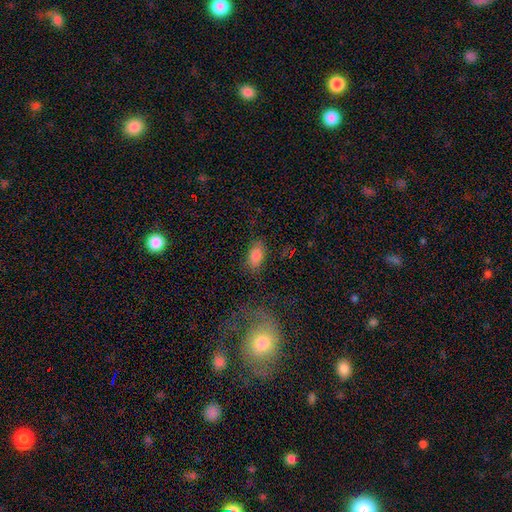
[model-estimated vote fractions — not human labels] smooth_or_featured: smooth (p=0.82) [alt: star or artifact p=0.10]
how_rounded: in between (p=0.90) [alt: cigar-shaped p=0.06]
merging: none (p=0.79) [alt: minor disturbance p=0.14]